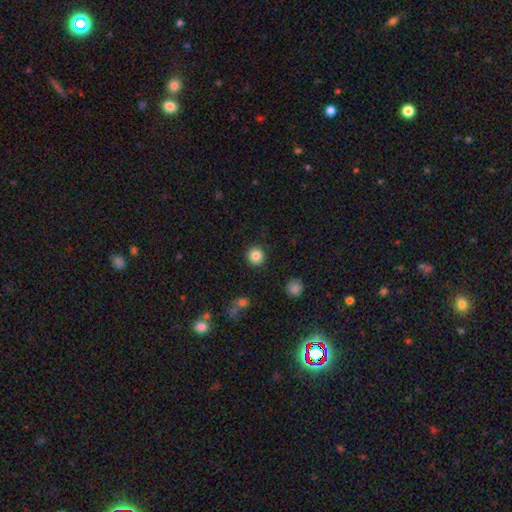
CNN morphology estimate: Smooth or featured? smooth (85%)
How rounded? round (93%)
Merging? none (91%)